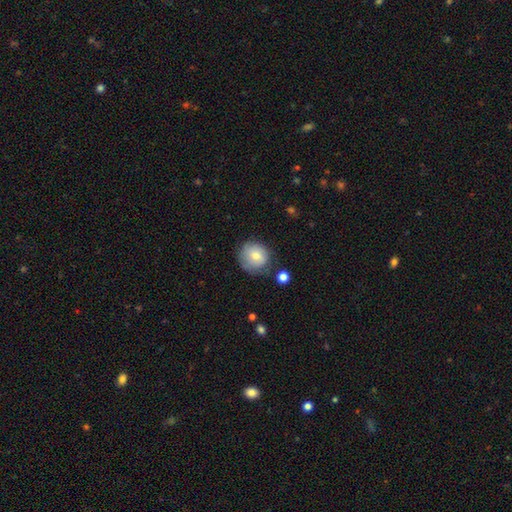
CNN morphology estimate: Smooth or featured: smooth — 73% (featured or disk — 19%)
How rounded: round — 87% (in between — 12%)
Merging: none — 69% (minor disturbance — 22%)